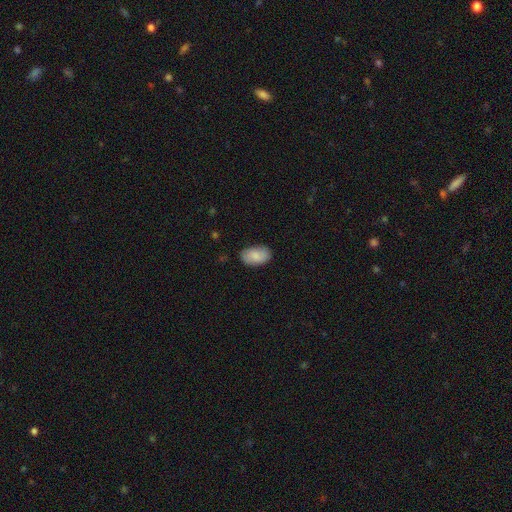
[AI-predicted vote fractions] A smooth galaxy with no disk features (82%) that is in between round and cigar-shaped (93%). Merging: none (82%).